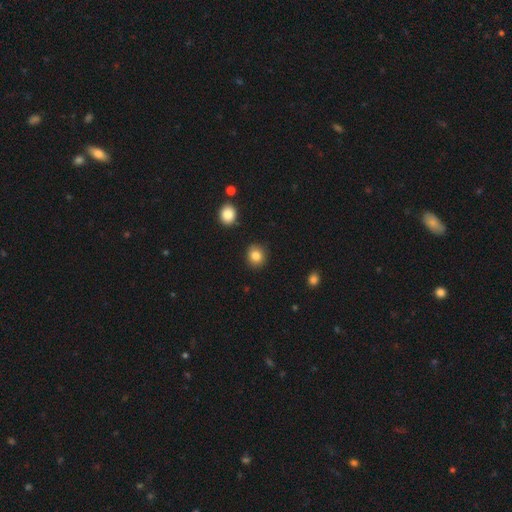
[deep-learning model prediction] Morphology: type=smooth (84%); roundness=round (79%); merging=none (88%).